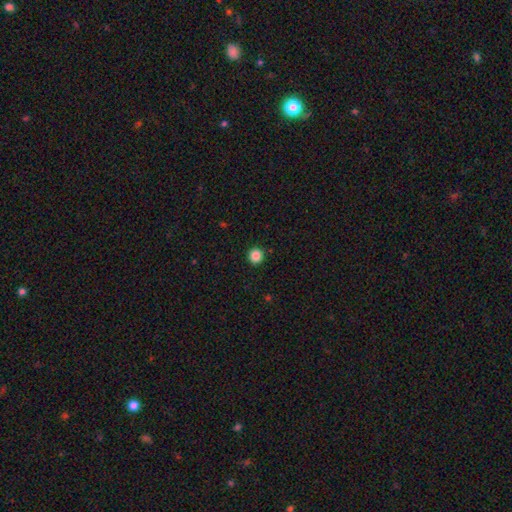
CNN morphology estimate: smooth-or-featured: smooth: 86% | star or artifact: 10% | featured or disk: 3%
  how-rounded: round: 95% | in between: 4% | cigar-shaped: 1%
  merging: none: 94% | minor disturbance: 4% | major disturbance: 1% | merger: 1%